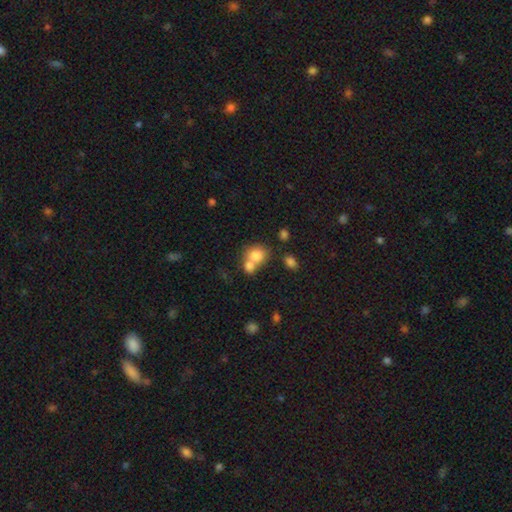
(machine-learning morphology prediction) smooth_or_featured: smooth (p=0.77) [alt: featured or disk p=0.13]
how_rounded: round (p=0.63) [alt: in between p=0.36]
merging: merger (p=0.59) [alt: none p=0.30]